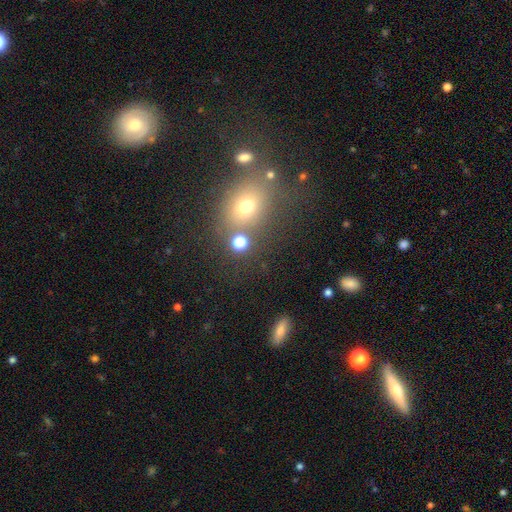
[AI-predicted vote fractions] A smooth galaxy with no disk features (55%) that is round (62%). Merging: none (65%).